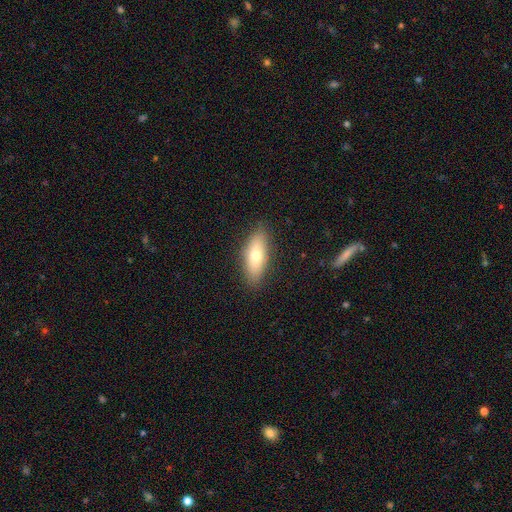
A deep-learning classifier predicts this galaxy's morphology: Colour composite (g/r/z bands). It shows a smooth galaxy with no disk features (68%) that is in between round and cigar-shaped (67%). Merging: none (87%).